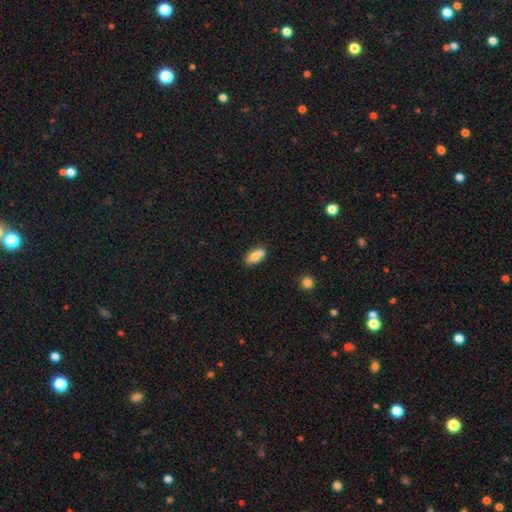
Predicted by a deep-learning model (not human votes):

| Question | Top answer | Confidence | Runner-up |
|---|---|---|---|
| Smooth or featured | smooth | 75% | featured or disk (17%) |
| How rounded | in between | 87% | cigar-shaped (7%) |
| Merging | none | 52% | merger (28%) |